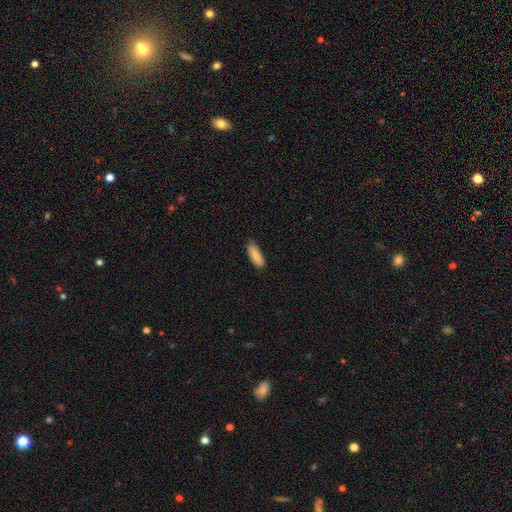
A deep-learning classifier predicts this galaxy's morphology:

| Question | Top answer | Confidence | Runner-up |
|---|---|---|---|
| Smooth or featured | smooth | 89% | star or artifact (6%) |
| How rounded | in between | 64% | cigar-shaped (35%) |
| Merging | none | 87% | minor disturbance (10%) |